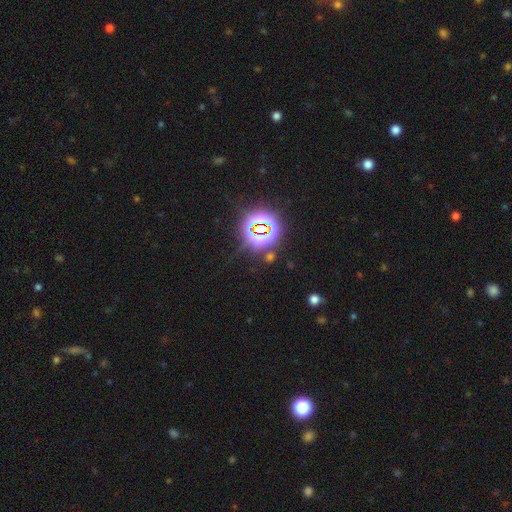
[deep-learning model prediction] Morphology: type=star or artifact (81%).